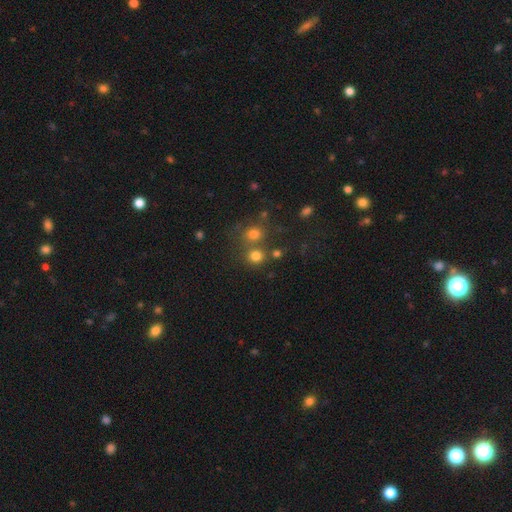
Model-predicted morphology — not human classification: This appears to be a smooth galaxy with no disk features (76%) that is round (86%). Merging: none (61%).